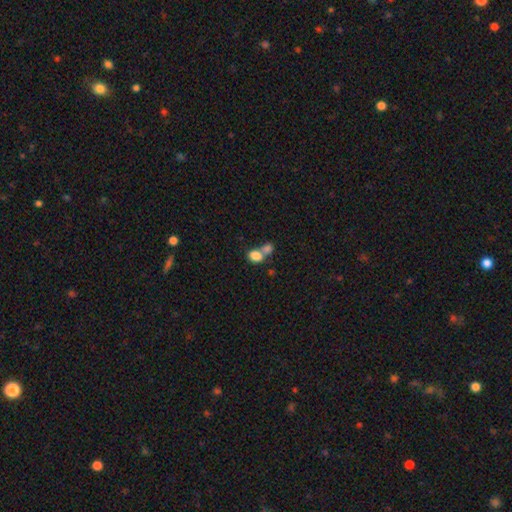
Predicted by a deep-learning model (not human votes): This appears to be a smooth galaxy with no disk features (82%) that is in between round and cigar-shaped (63%). Merging: merger (60%).